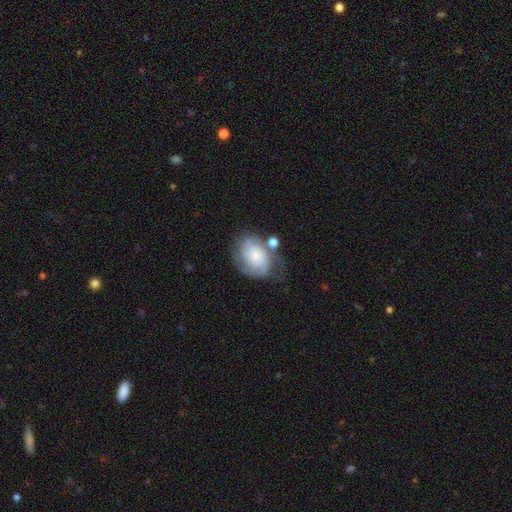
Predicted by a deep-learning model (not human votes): Q: Smooth or featured?
A: featured or disk (70%); runner-up: smooth (23%)
Q: Edge-on disk?
A: no (97%); runner-up: yes (3%)
Q: Bar?
A: no (76%); runner-up: weak (21%)
Q: Spiral arms?
A: yes (92%); runner-up: no (8%)
Q: Spiral winding?
A: tight (59%); runner-up: medium (32%)
Q: Spiral arm count?
A: 2 (45%); runner-up: can't tell (26%)
Q: Bulge size?
A: small (51%); runner-up: moderate (25%)
Q: Merging?
A: none (56%); runner-up: minor disturbance (22%)